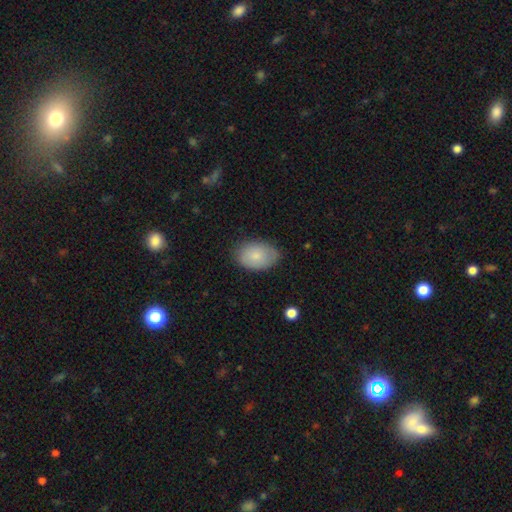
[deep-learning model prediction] Morphology: type=smooth (80%); roundness=in between (85%); merging=none (77%).